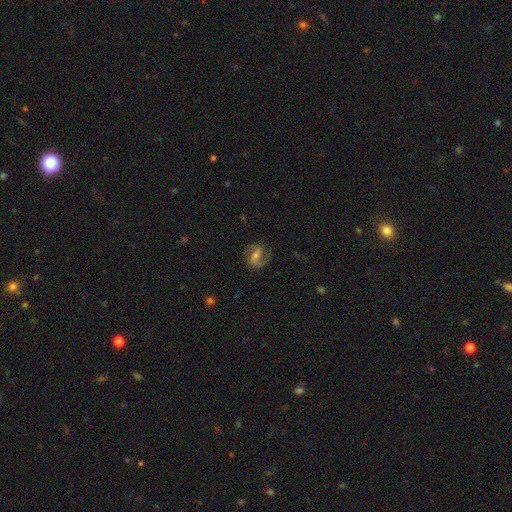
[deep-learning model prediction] smooth_or_featured: featured or disk (p=0.82) [alt: smooth p=0.10]
disk_edge_on: no (p=0.98) [alt: yes p=0.02]
bar: weak (p=0.48) [alt: strong p=0.26]
has_spiral_arms: yes (p=0.95) [alt: no p=0.05]
spiral_winding: medium (p=0.52) [alt: loose p=0.28]
spiral_arm_count: 2 (p=0.87) [alt: 1 p=0.06]
bulge_size: small (p=0.47) [alt: moderate p=0.45]
merging: none (p=0.79) [alt: minor disturbance p=0.13]